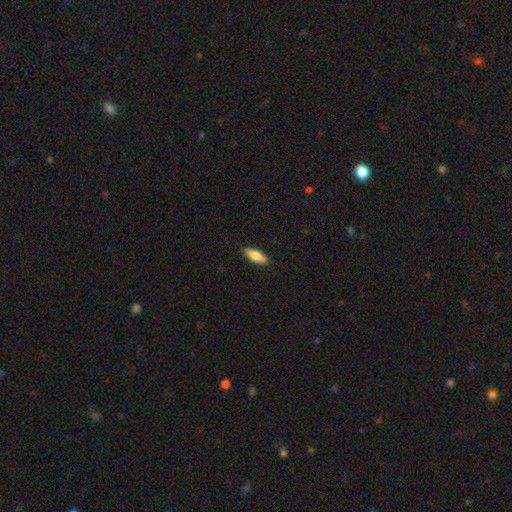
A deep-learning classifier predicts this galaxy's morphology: A smooth galaxy with no disk features (77%) that is in between round and cigar-shaped (57%). Merging: none (90%).